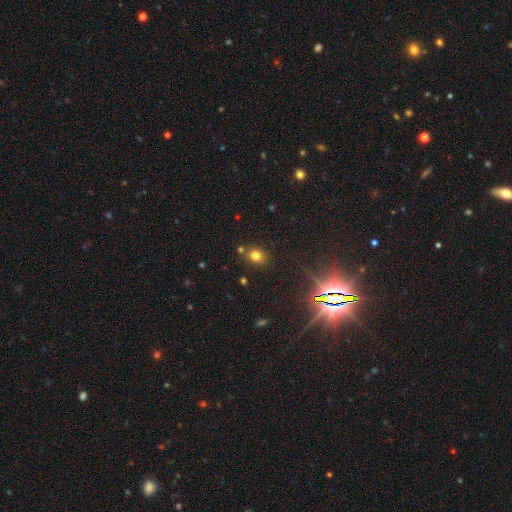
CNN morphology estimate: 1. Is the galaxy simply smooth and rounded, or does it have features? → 75% smooth, 18% star or artifact, 7% featured or disk.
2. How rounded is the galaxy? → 57% round, 42% in between, 1% cigar-shaped.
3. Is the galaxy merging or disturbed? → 80% none, 10% minor disturbance, 7% merger, 3% major disturbance.